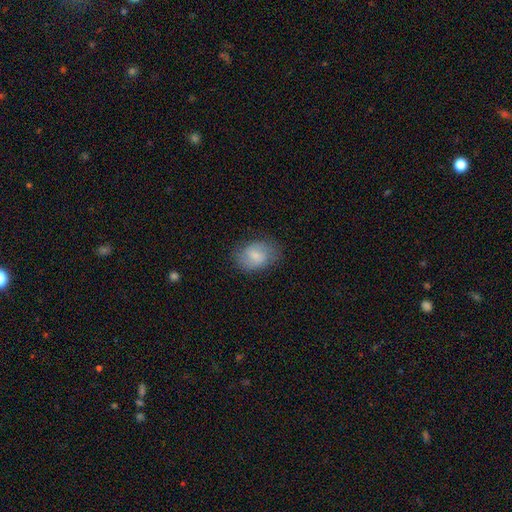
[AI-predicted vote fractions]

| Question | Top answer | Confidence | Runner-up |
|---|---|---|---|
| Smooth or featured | smooth | 66% | featured or disk (26%) |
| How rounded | in between | 73% | round (26%) |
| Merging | none | 74% | minor disturbance (18%) |